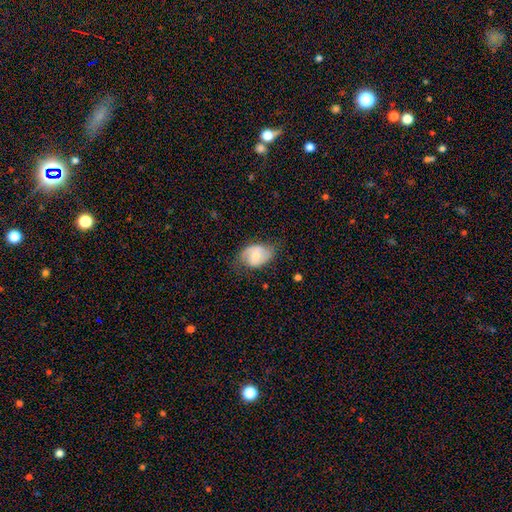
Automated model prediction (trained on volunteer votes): This appears to be a smooth galaxy with no disk features (48%). Merging: none (61%).